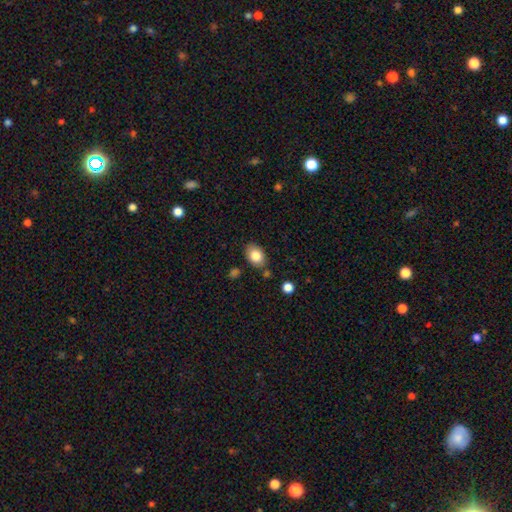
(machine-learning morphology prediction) A smooth galaxy with no disk features (82%) that is in between round and cigar-shaped (77%).

Vote fractions:
- Smooth or featured? smooth: 82% / featured or disk: 10% / star or artifact: 8%
- How rounded? in between: 77% / round: 22% / cigar-shaped: 1%
- Merging? none: 78% / minor disturbance: 14% / merger: 5% / major disturbance: 3%